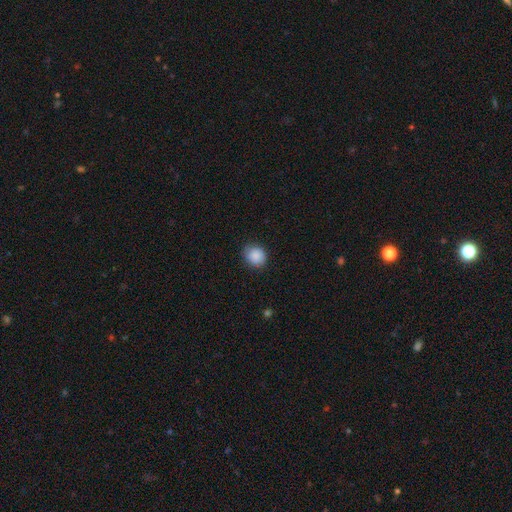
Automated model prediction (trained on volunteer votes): Smooth or featured? Predicted: smooth (p=0.88). How rounded? Predicted: round (p=0.78). Merging? Predicted: none (p=0.83).